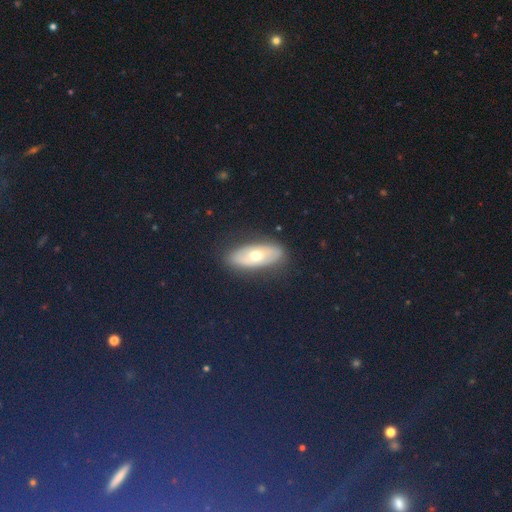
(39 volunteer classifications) Smooth or featured: smooth — 56% (featured or disk — 44%)
How rounded: in between — 91% (round — 9%)
Merging: none — 87% (minor disturbance — 8%)